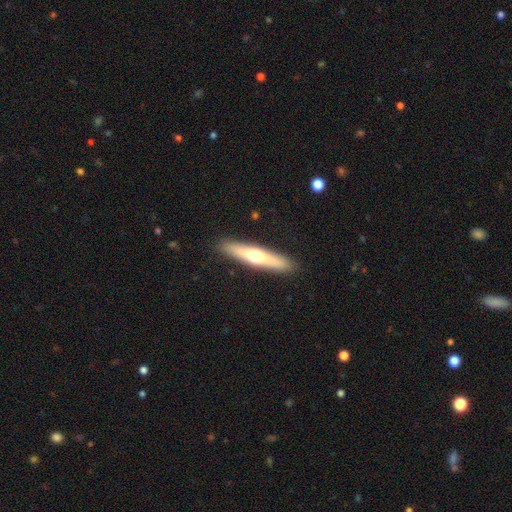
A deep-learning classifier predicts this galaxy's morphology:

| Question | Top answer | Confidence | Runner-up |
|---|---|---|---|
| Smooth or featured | smooth | 50% | featured or disk (45%) |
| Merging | none | 90% | minor disturbance (7%) |